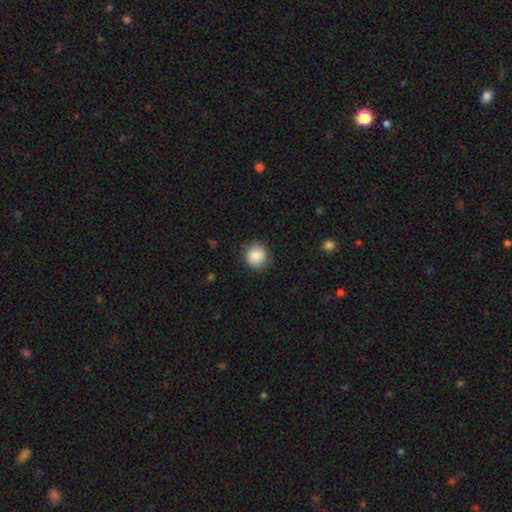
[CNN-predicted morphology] Q: Smooth or featured?
A: smooth (85%); runner-up: star or artifact (8%)
Q: How rounded?
A: round (89%); runner-up: in between (10%)
Q: Merging?
A: none (86%); runner-up: minor disturbance (11%)